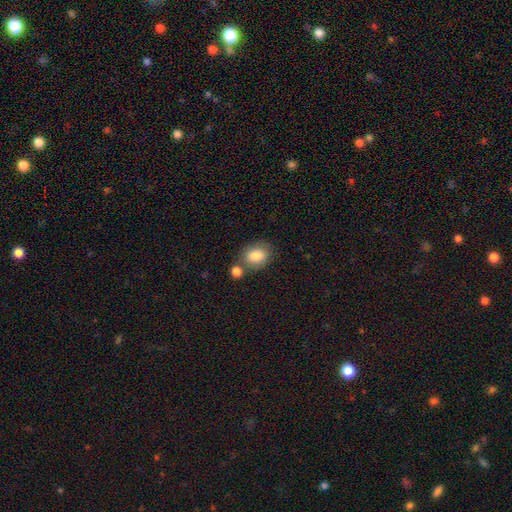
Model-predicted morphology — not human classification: A smooth galaxy with no disk features (82%) that is in between round and cigar-shaped (63%). Merging: none (64%).